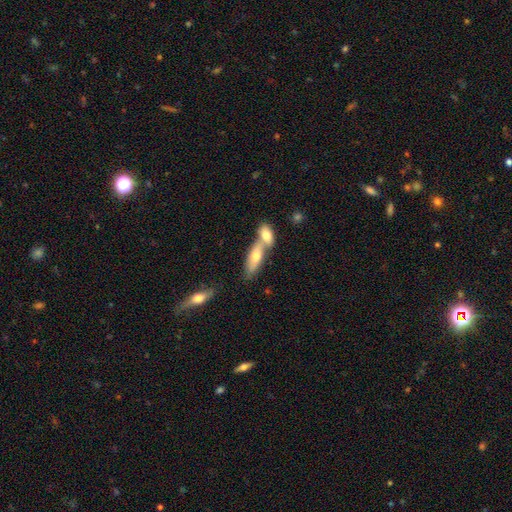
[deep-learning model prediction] smooth_or_featured: smooth (p=0.66) [alt: featured or disk p=0.28]
how_rounded: in between (p=0.63) [alt: cigar-shaped p=0.33]
merging: merger (p=0.62) [alt: none p=0.28]